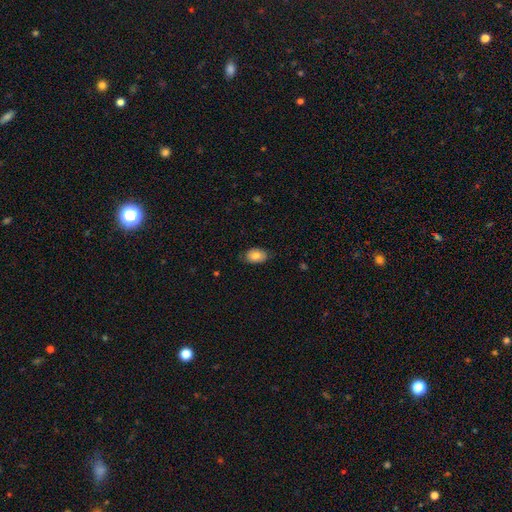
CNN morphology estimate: Overall: smooth (79%). How rounded: in between (85%). Merging: none (79%).